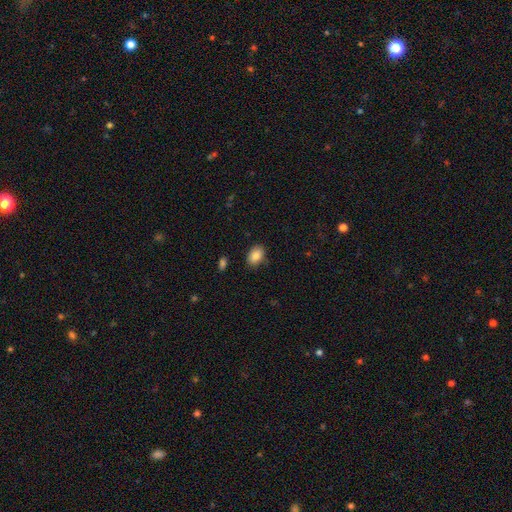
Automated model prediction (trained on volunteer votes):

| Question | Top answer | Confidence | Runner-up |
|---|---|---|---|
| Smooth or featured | smooth | 86% | star or artifact (8%) |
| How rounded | in between | 84% | round (15%) |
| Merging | none | 85% | minor disturbance (11%) |